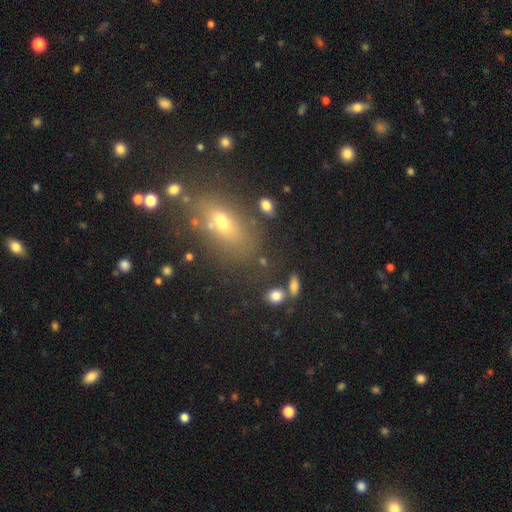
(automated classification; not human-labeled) A smooth galaxy with no disk features (52%) that is in between round and cigar-shaped (70%).

Vote fractions:
- Smooth or featured? smooth: 52% / star or artifact: 28% / featured or disk: 20%
- How rounded? in between: 70% / round: 16% / cigar-shaped: 14%
- Merging? none: 78% / minor disturbance: 12% / merger: 6% / major disturbance: 5%